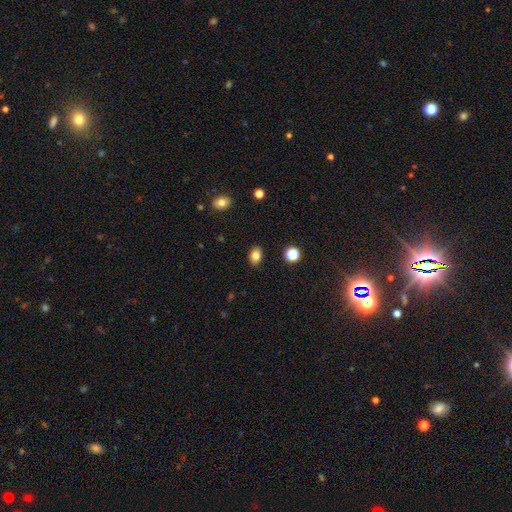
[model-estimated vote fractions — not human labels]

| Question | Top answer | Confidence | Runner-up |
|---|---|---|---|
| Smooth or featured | smooth | 82% | star or artifact (11%) |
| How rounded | in between | 74% | round (25%) |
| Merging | none | 88% | minor disturbance (9%) |